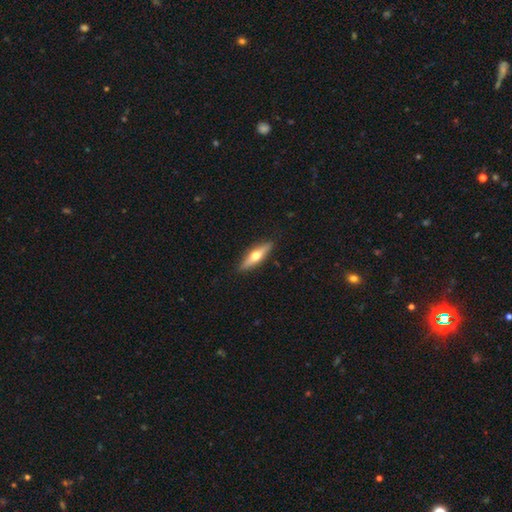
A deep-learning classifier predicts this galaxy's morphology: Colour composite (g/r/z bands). It shows a featured or disk galaxy (55%) viewed edge-on (93%) with a rounded central bulge (95%). Merging: none (90%).